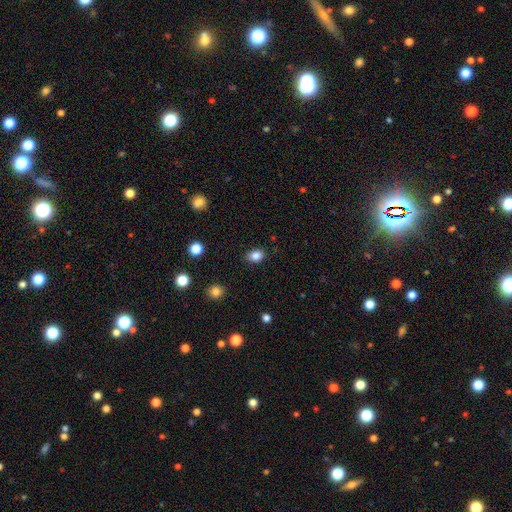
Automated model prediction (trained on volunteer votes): Smooth or featured? Predicted: smooth (p=0.85). How rounded? Predicted: in between (p=0.69). Merging? Predicted: none (p=0.86).